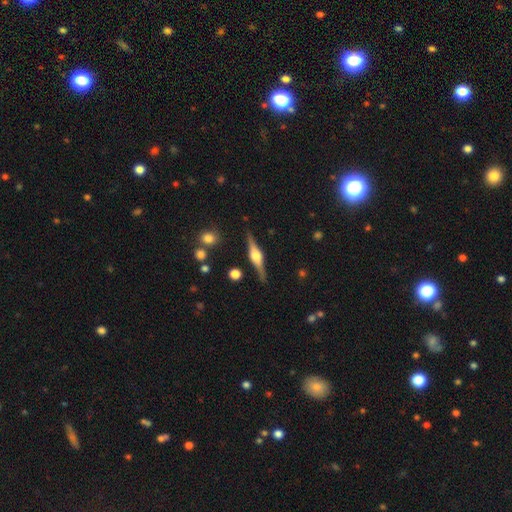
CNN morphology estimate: A featured or disk galaxy (81%) viewed edge-on (98%) with a rounded central bulge (90%).

Vote fractions:
- Smooth or featured? featured or disk: 81% / smooth: 13% / star or artifact: 6%
- Edge-on disk? yes: 98% / no: 2%
- Edge-on bulge? rounded: 90% / boxy: 9% / none: 2%
- Merging? none: 87% / minor disturbance: 9% / major disturbance: 2% / merger: 2%